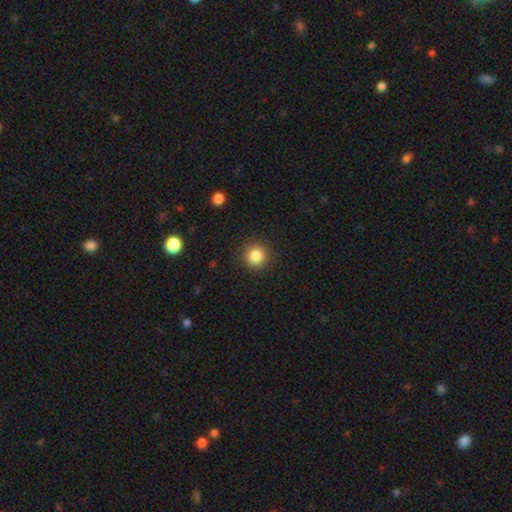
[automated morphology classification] The model was most divided on "smooth or featured": smooth: 85%, star or artifact: 11%, featured or disk: 5%. More confident: how rounded — round (94%); merging — none (91%).